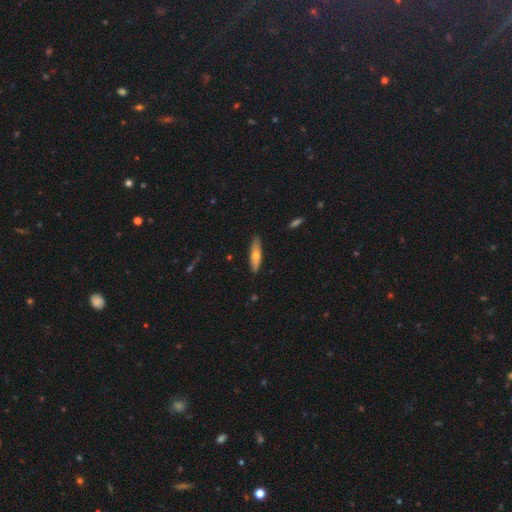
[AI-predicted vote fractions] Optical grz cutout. It shows a smooth galaxy with no disk features (64%) that is cigar-shaped (70%). Merging: none (87%).